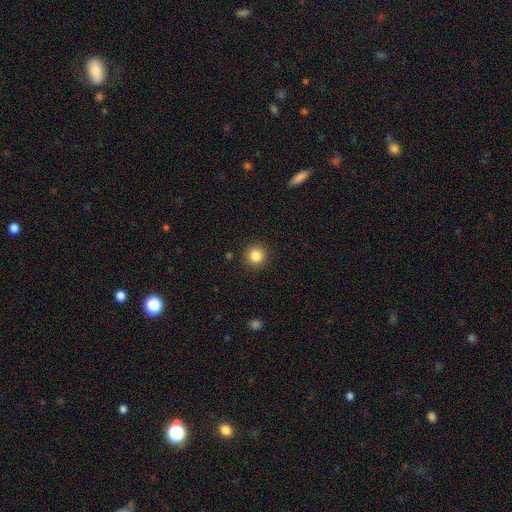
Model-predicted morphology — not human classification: Overall: smooth (85%). How rounded: round (93%). Merging: none (91%).